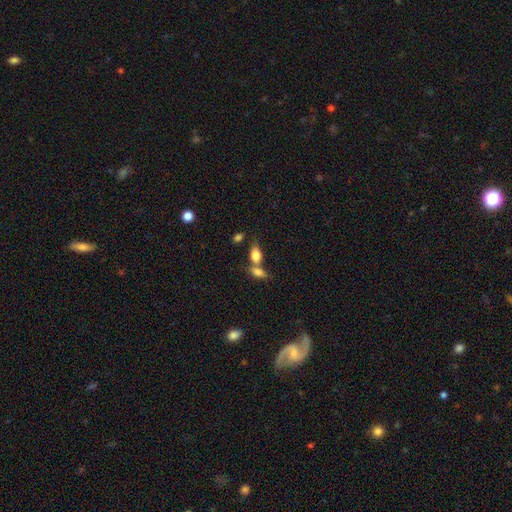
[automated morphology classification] Overall: smooth (79%). How rounded: in between (84%). Merging: merger (48%; none 35%).